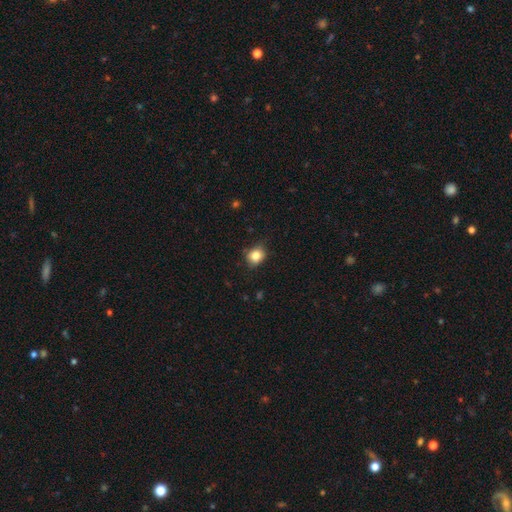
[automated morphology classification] smooth_or_featured: smooth (p=0.82) [alt: star or artifact p=0.11]
how_rounded: round (p=0.68) [alt: in between p=0.31]
merging: none (p=0.78) [alt: minor disturbance p=0.18]